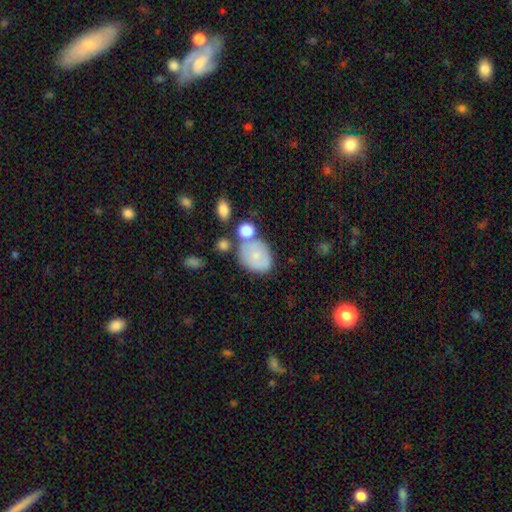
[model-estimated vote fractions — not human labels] smooth 68%, featured or disk 24%, star or artifact 9%. Down the decision tree: how rounded — in between (58%); merging — none (55%).